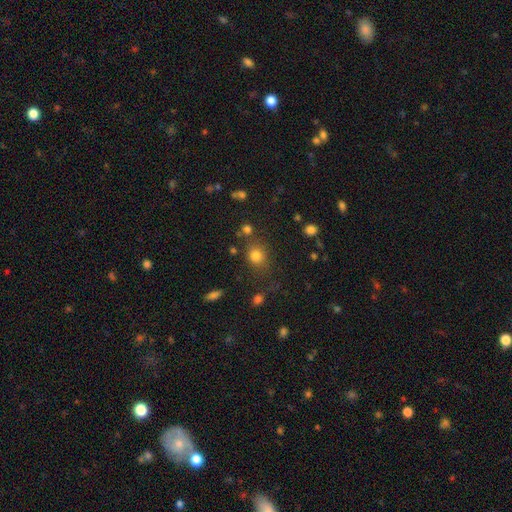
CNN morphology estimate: Smooth or featured?
  - smooth: 78% *
  - star or artifact: 14%
  - featured or disk: 7%
How rounded?
  - round: 73% *
  - in between: 26%
  - cigar-shaped: 1%
Merging?
  - none: 72% *
  - minor disturbance: 13%
  - merger: 8%
  - major disturbance: 7%